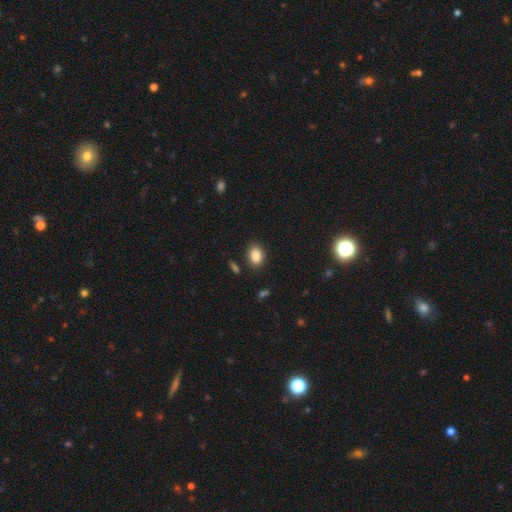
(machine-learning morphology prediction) A smooth galaxy with no disk features (87%) that is in between round and cigar-shaped (77%).

Vote fractions:
- Smooth or featured? smooth: 87% / star or artifact: 9% / featured or disk: 5%
- How rounded? in between: 77% / round: 22% / cigar-shaped: 1%
- Merging? none: 83% / minor disturbance: 11% / major disturbance: 3% / merger: 3%